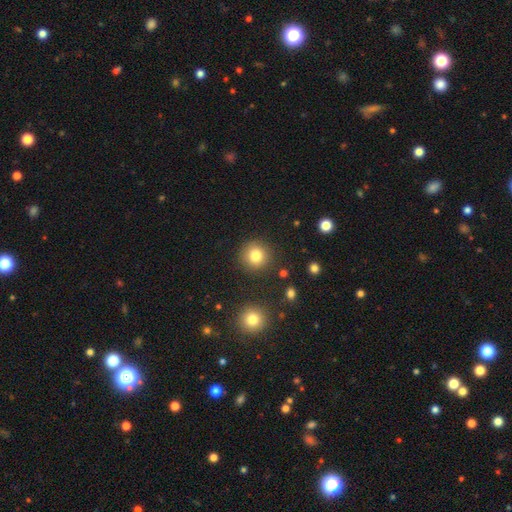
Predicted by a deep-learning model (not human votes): This is clearly a smooth galaxy (81%). How rounded: clearly round (93%). Merging: clearly none (88%).